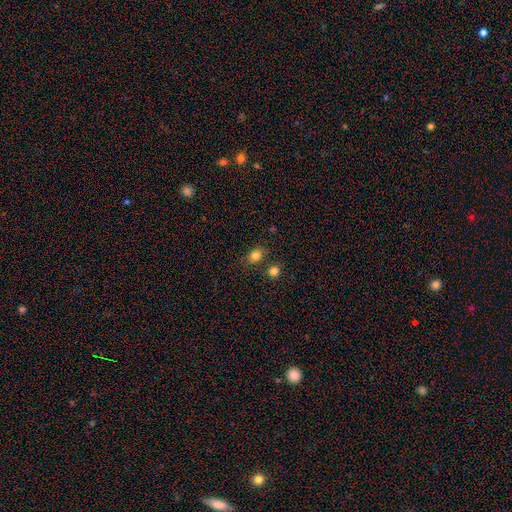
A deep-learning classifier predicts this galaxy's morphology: This is clearly a smooth galaxy (82%). How rounded: possibly in between (51%). Merging: likely none (73%).